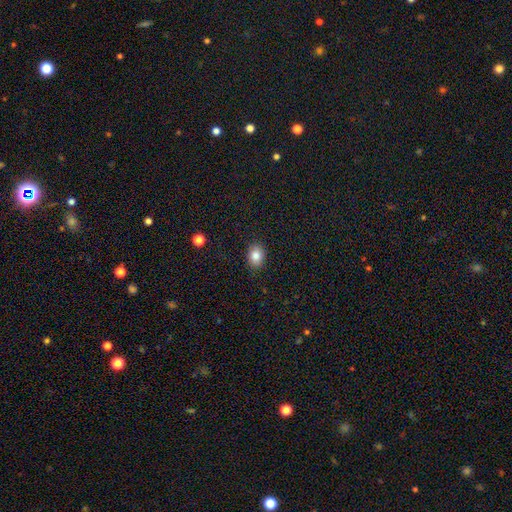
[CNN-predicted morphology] Smooth or featured: smooth — 84% (star or artifact — 9%)
How rounded: in between — 66% (round — 33%)
Merging: none — 87% (minor disturbance — 9%)